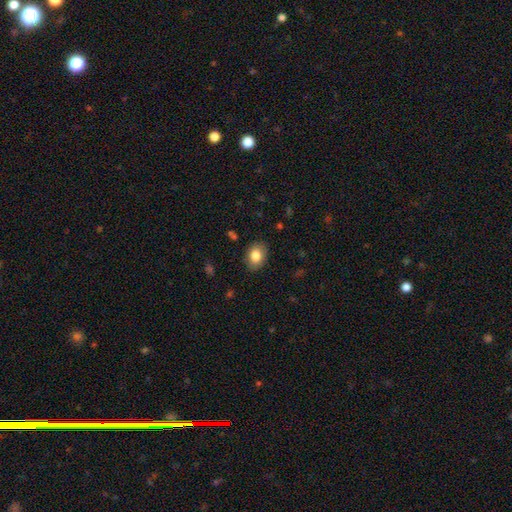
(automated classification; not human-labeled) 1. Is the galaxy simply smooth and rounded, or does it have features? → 83% smooth, 9% featured or disk, 8% star or artifact.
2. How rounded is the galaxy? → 67% in between, 32% round, 1% cigar-shaped.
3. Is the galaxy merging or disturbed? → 86% none, 10% minor disturbance, 3% major disturbance, 1% merger.